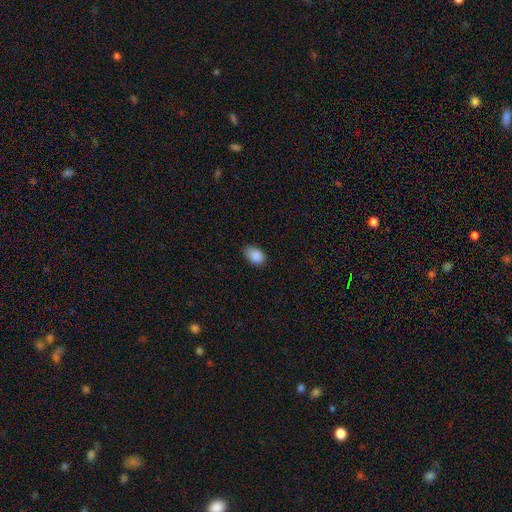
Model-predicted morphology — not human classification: A smooth galaxy with no disk features (89%) that is in between round and cigar-shaped (87%).

Vote fractions:
- Smooth or featured? smooth: 89% / star or artifact: 8% / featured or disk: 4%
- How rounded? in between: 87% / round: 12% / cigar-shaped: 1%
- Merging? none: 74% / minor disturbance: 21% / major disturbance: 3% / merger: 1%